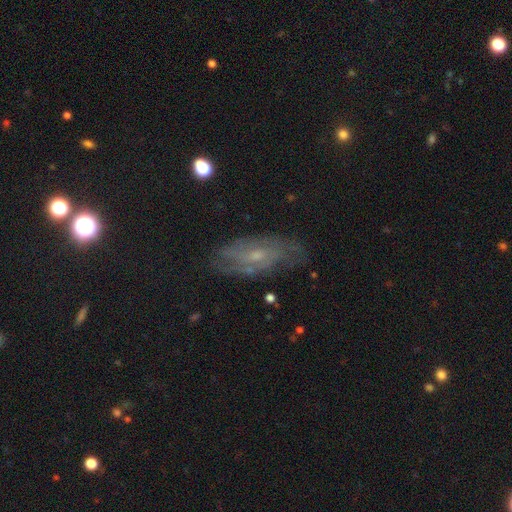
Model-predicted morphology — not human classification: Smooth or featured?
  - featured or disk: 65% *
  - smooth: 23%
  - star or artifact: 13%
Edge-on disk?
  - no: 87% *
  - yes: 13%
Bar?
  - no: 57% *
  - weak: 36%
  - strong: 7%
Spiral arms?
  - yes: 80% *
  - no: 20%
Bulge size?
  - small: 65% *
  - moderate: 28%
  - none: 5%
  - large: 1%
  - dominant: 1%
Merging?
  - none: 72% *
  - minor disturbance: 19%
  - major disturbance: 7%
  - merger: 2%